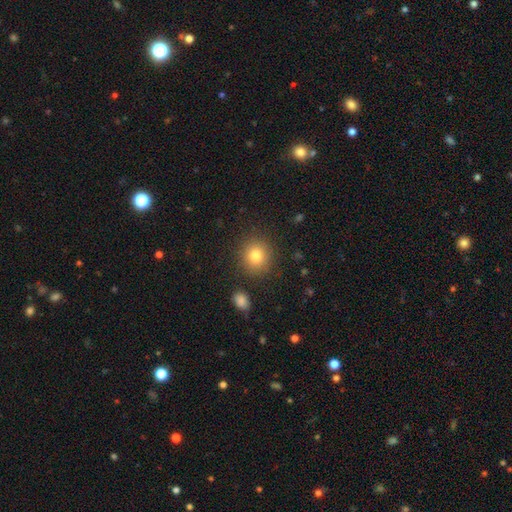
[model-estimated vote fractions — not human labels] Overall: smooth (81%). How rounded: round (86%). Merging: none (87%).